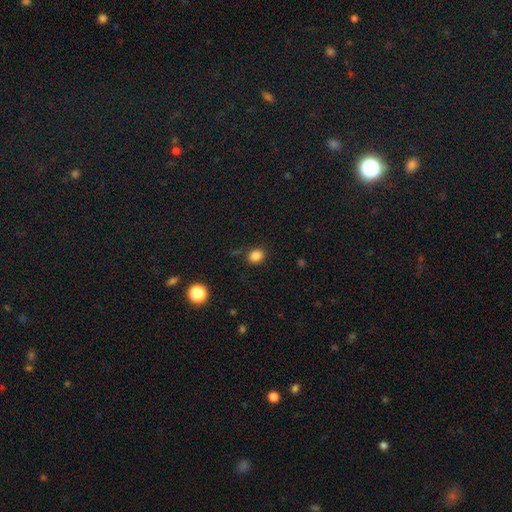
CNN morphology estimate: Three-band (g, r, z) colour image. It shows a smooth galaxy with no disk features (84%) that is round (55%). Merging: none (85%).